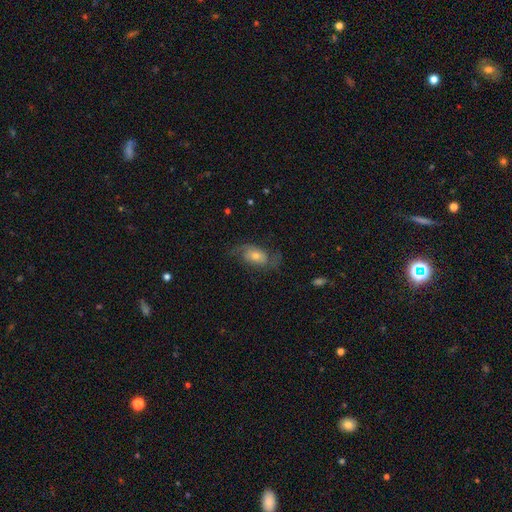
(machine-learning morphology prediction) The model was most divided on "spiral winding": medium: 42%, loose: 41%, tight: 17%. Remaining: edge-on disk — no (94%); spiral arms — yes (90%); spiral arm count — 2 (84%); merging — none (68%); smooth or featured — featured or disk (66%); bar — no (65%); bulge size — moderate (50%).